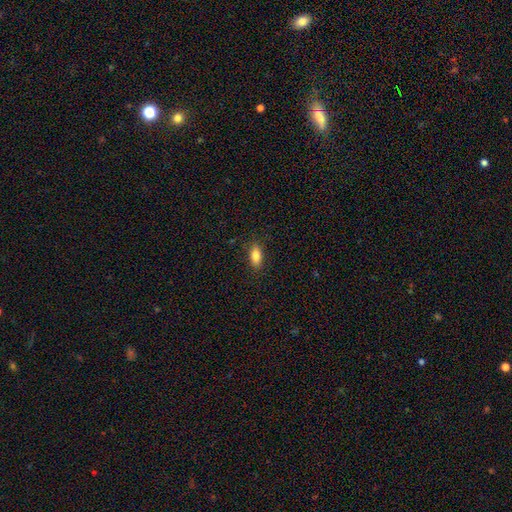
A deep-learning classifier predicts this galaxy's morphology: This appears to be a smooth galaxy with no disk features (84%) that is in between round and cigar-shaped (85%). Merging: none (85%).